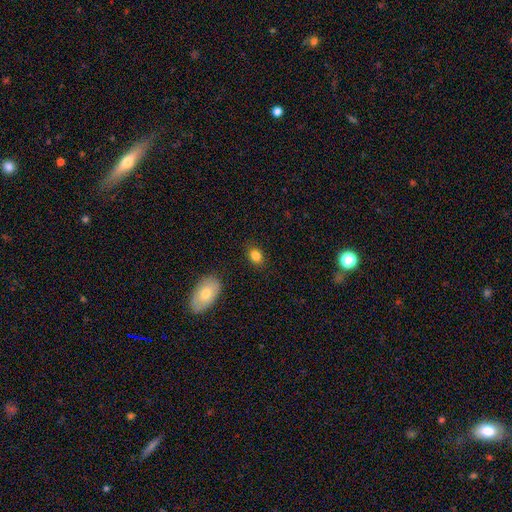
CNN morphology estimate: Smooth or featured: smooth — 83% (star or artifact — 10%)
How rounded: in between — 71% (round — 28%)
Merging: none — 86% (minor disturbance — 10%)